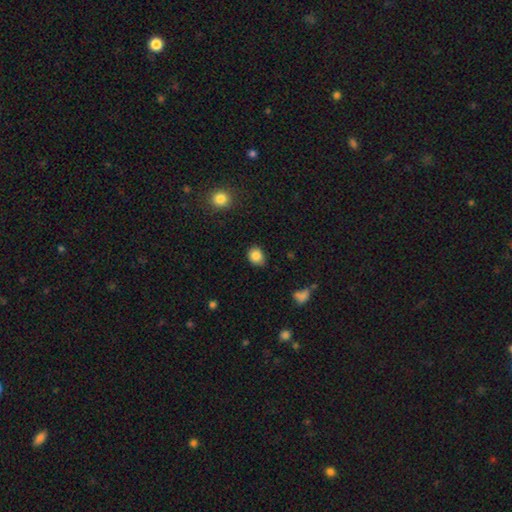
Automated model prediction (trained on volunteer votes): Smooth or featured: smooth — 86% (star or artifact — 10%)
How rounded: round — 58% (in between — 41%)
Merging: none — 80% (minor disturbance — 16%)